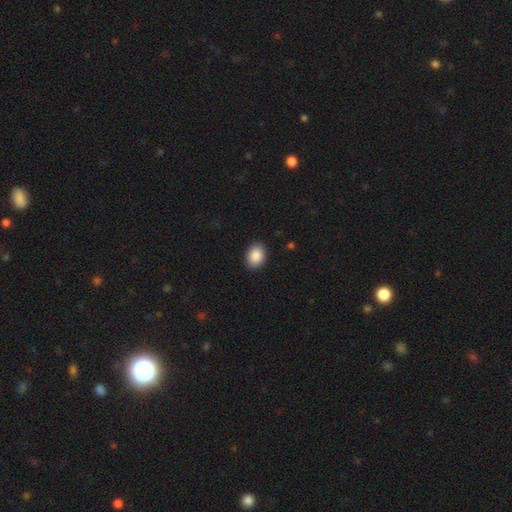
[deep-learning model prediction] Smooth or featured? Predicted: smooth (p=0.89). How rounded? Predicted: in between (p=0.67). Merging? Predicted: none (p=0.89).